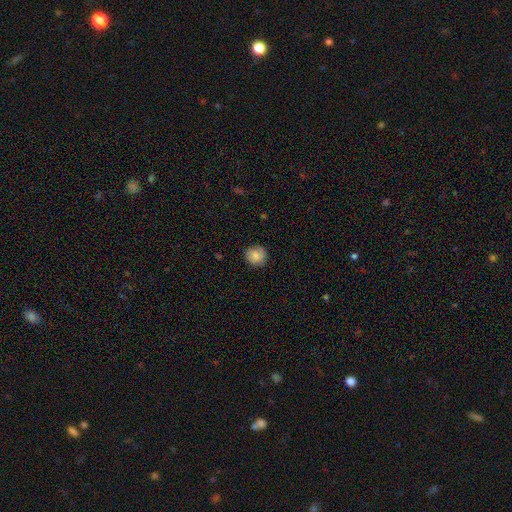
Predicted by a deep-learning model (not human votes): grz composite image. It shows a smooth galaxy with no disk features (85%) that is round (88%). Merging: none (84%).